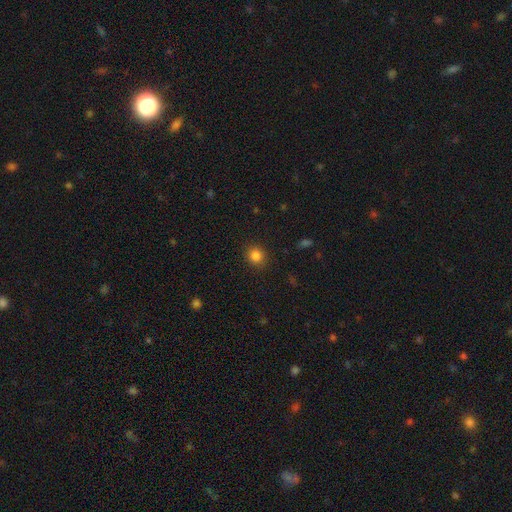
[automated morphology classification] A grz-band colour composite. It shows a smooth galaxy with no disk features (84%) that is round (84%). Merging: none (90%).